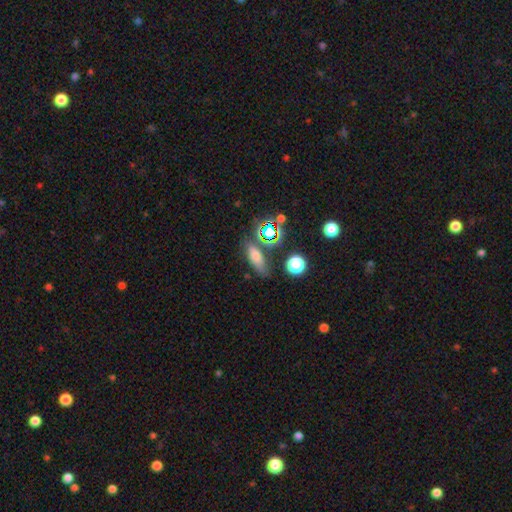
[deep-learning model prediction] This appears to be a smooth galaxy with no disk features (62%) that is in between round and cigar-shaped (63%). Merging: none (68%).